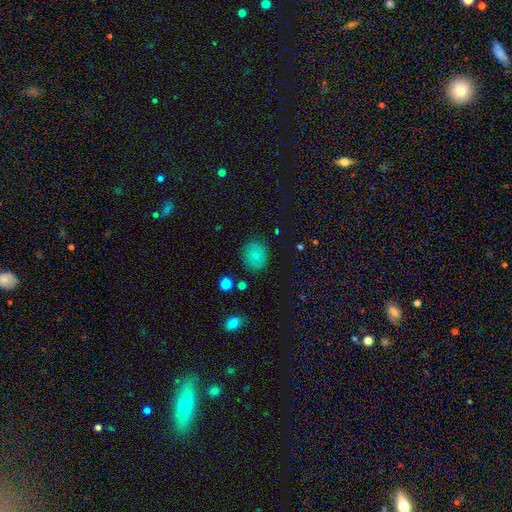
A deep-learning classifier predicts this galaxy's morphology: Smooth or featured: smooth — 76% (featured or disk — 14%)
How rounded: round — 75% (in between — 24%)
Merging: none — 83% (minor disturbance — 12%)